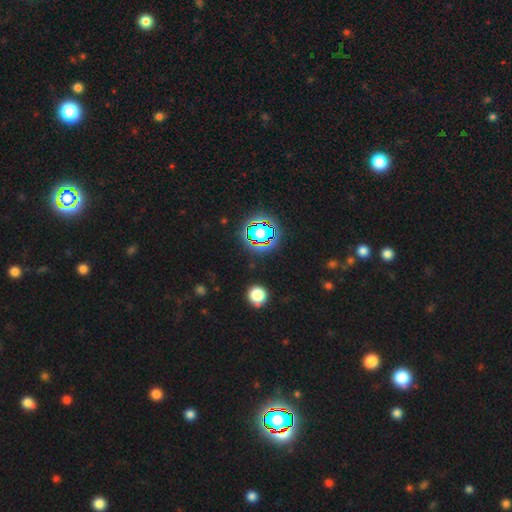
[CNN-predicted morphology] smooth-or-featured: star or artifact: 77% | smooth: 15% | featured or disk: 7%